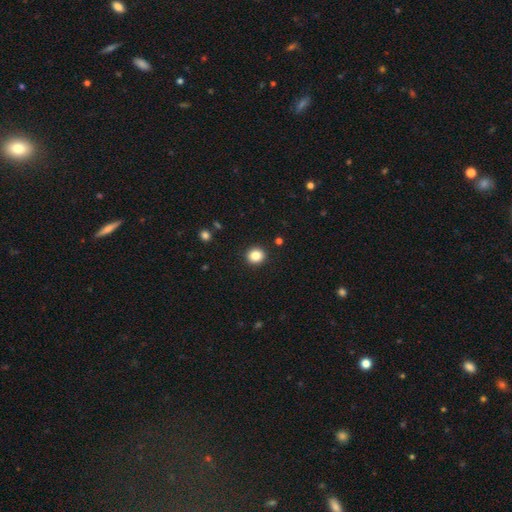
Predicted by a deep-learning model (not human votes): The model was most divided on "how rounded": round: 84%, in between: 15%, cigar-shaped: 1%. More confident: merging — none (92%); smooth or featured — smooth (85%).